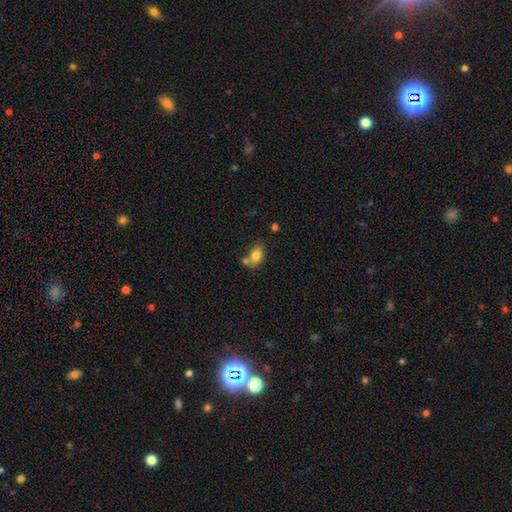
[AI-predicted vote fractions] smooth 80%, featured or disk 11%, star or artifact 9%. Down the decision tree: how rounded — in between (78%); merging — none (47%).